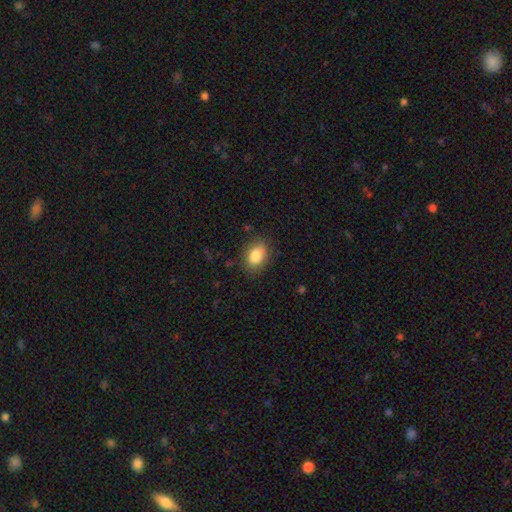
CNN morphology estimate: Q: Smooth or featured?
A: smooth (84%); runner-up: star or artifact (8%)
Q: How rounded?
A: in between (74%); runner-up: round (24%)
Q: Merging?
A: none (82%); runner-up: minor disturbance (13%)